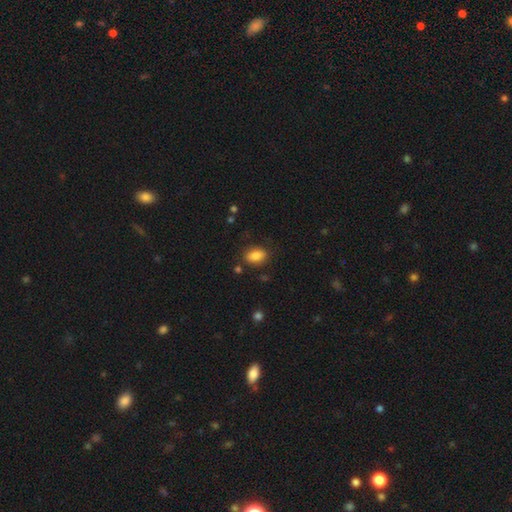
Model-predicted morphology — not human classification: Smooth or featured: smooth — 84% (star or artifact — 9%)
How rounded: in between — 84% (round — 14%)
Merging: none — 83% (minor disturbance — 11%)